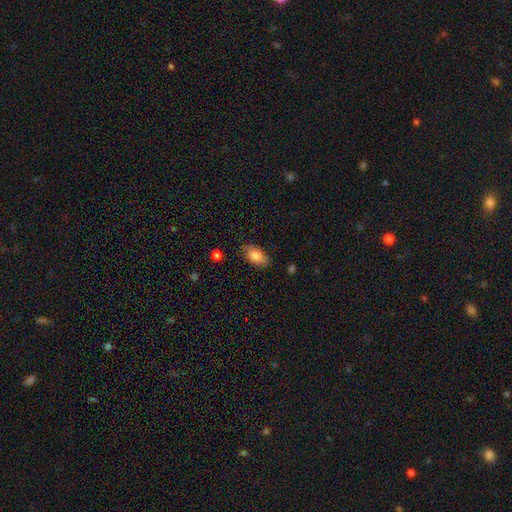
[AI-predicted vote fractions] smooth-or-featured: smooth: 83% | featured or disk: 10% | star or artifact: 7%
  how-rounded: in between: 92% | round: 5% | cigar-shaped: 3%
  merging: none: 79% | minor disturbance: 16% | major disturbance: 4% | merger: 1%